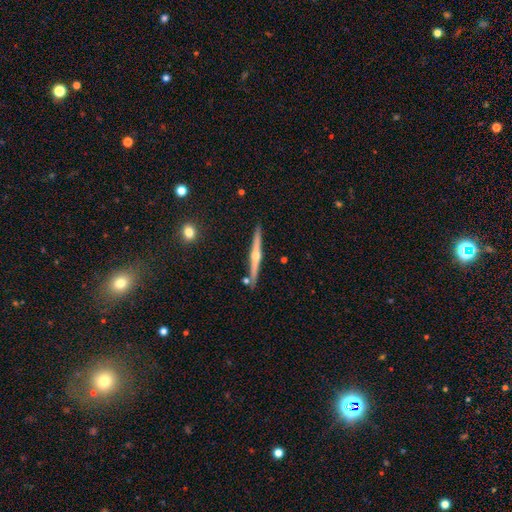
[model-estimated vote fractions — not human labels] Smooth or featured? featured or disk (77%)
Edge-on disk? yes (98%)
Edge-on bulge? rounded (92%)
Merging? none (87%)